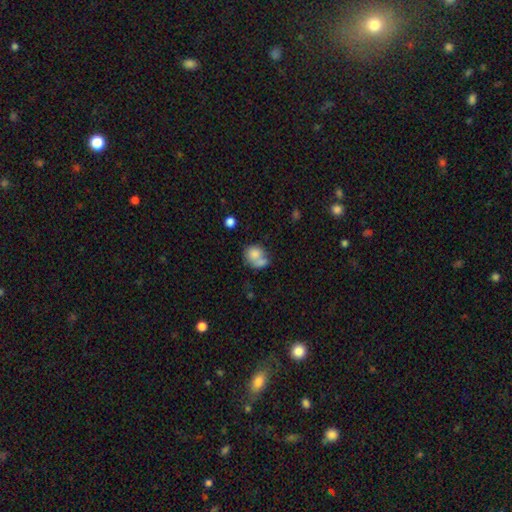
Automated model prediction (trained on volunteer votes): Q: Smooth or featured?
A: smooth (78%); runner-up: featured or disk (13%)
Q: How rounded?
A: round (62%); runner-up: in between (37%)
Q: Merging?
A: merger (52%); runner-up: none (29%)